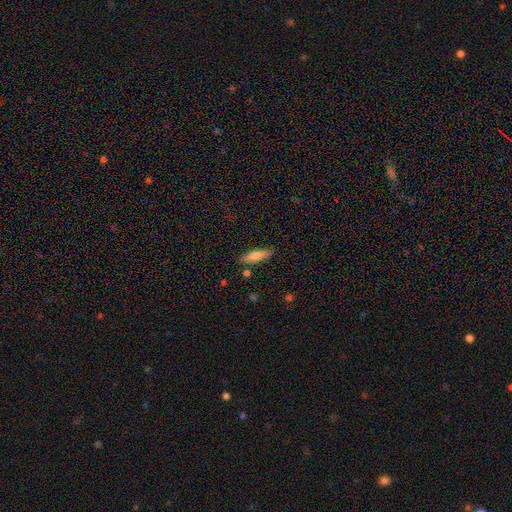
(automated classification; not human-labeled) This appears to be a smooth galaxy with no disk features (70%) that is cigar-shaped (62%). Merging: none (84%).